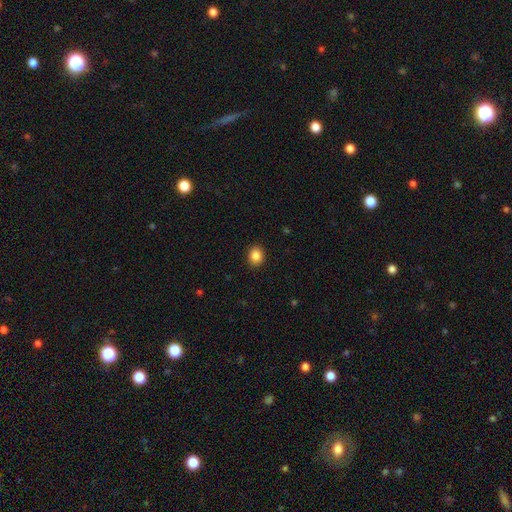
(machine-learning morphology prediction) smooth-or-featured: smooth: 87% | star or artifact: 9% | featured or disk: 4%
  how-rounded: round: 63% | in between: 36% | cigar-shaped: 1%
  merging: none: 90% | minor disturbance: 7% | major disturbance: 2% | merger: 1%